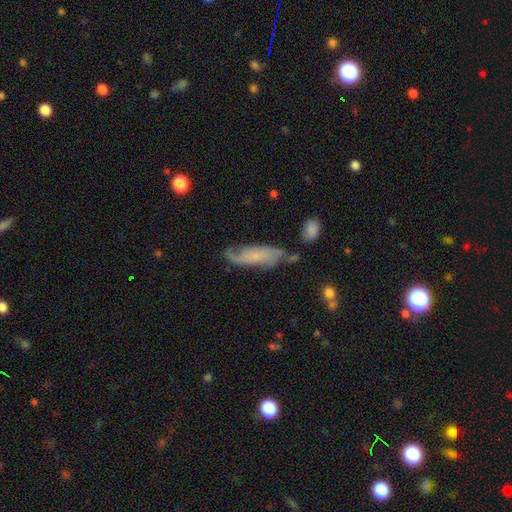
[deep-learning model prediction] This is possibly a featured or disk galaxy (58%). It is clearly not viewed edge-on (81%). Merging: possibly none (58%).